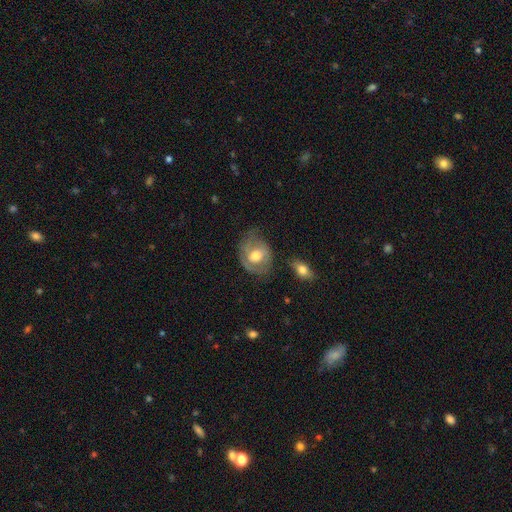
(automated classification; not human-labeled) Overall: featured or disk (55%; smooth 39%). Edge-on disk: no (95%). Bar: no (60%; weak 32%). Spiral arms: yes (62%; no 38%). Bulge size: moderate (70%). Merging: none (52%; minor disturbance 28%).